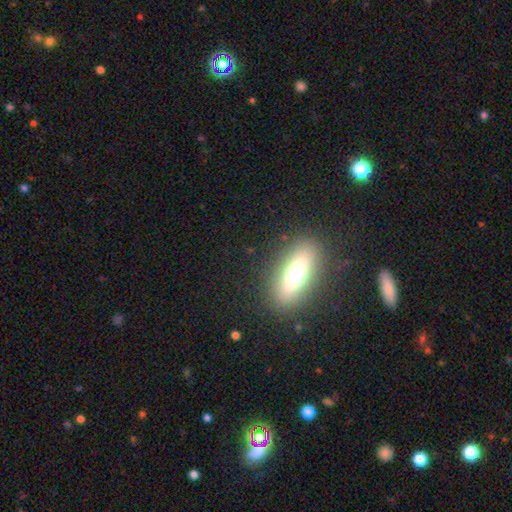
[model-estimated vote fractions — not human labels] This appears to be a smooth galaxy with no disk features (52%) that is in between round and cigar-shaped (59%). Merging: none (85%).